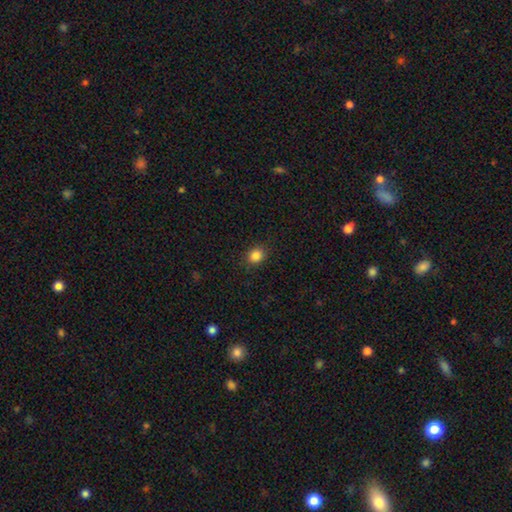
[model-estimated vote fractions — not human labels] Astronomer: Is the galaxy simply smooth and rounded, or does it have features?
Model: smooth — 85%.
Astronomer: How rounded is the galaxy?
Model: round — 68%.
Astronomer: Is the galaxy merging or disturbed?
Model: none — 89%.